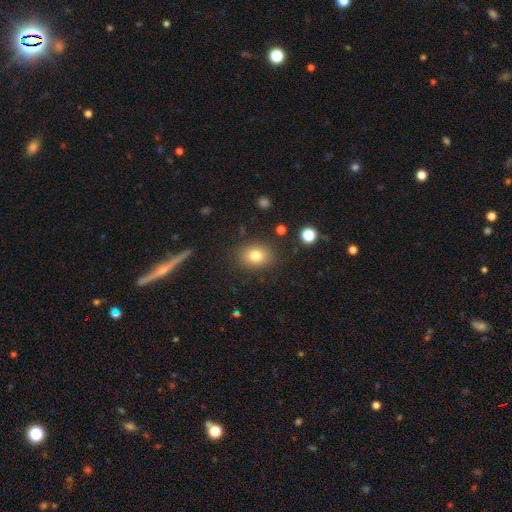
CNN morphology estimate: This is likely a smooth galaxy (79%). How rounded: possibly in between (53%). Merging: clearly none (85%).